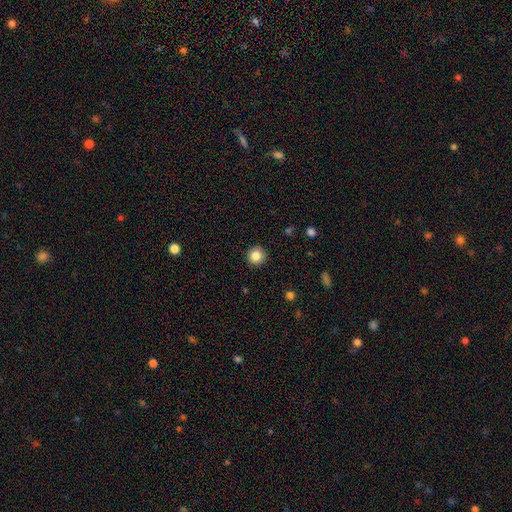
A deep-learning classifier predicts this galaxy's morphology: smooth_or_featured: smooth (p=0.84) [alt: star or artifact p=0.10]
how_rounded: round (p=0.95) [alt: in between p=0.04]
merging: none (p=0.92) [alt: minor disturbance p=0.05]